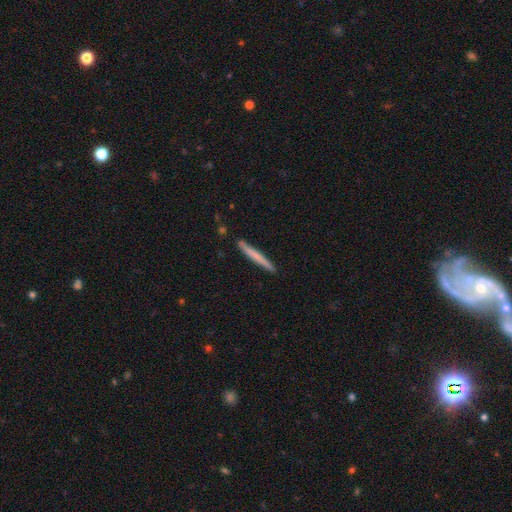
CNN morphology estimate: The model was most divided on "smooth or featured": smooth: 65%, featured or disk: 29%, star or artifact: 5%. More confident: how rounded — cigar-shaped (97%); merging — none (89%).